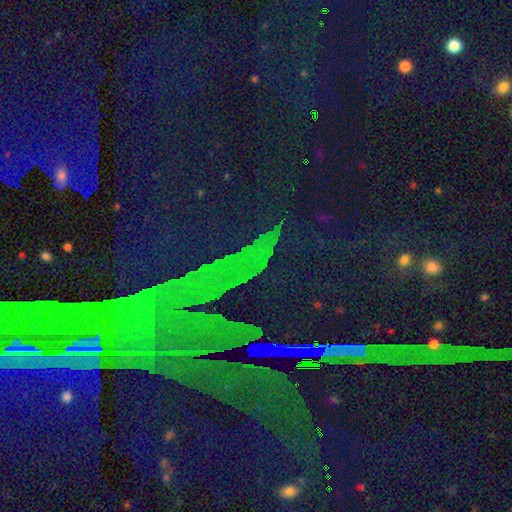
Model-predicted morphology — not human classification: type=star or artifact (84%).